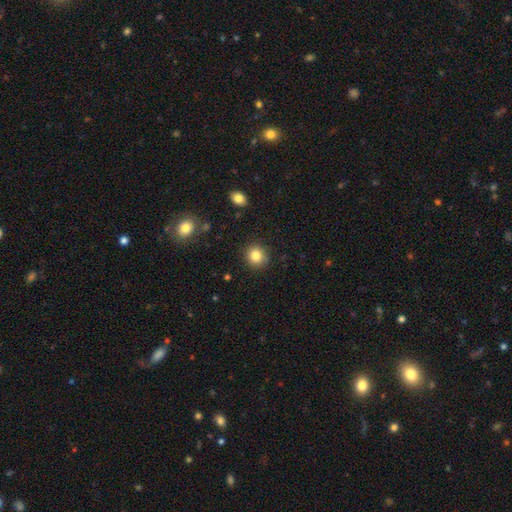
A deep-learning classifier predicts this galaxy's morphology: This is clearly a smooth galaxy (83%). How rounded: clearly round (89%). Merging: clearly none (90%).